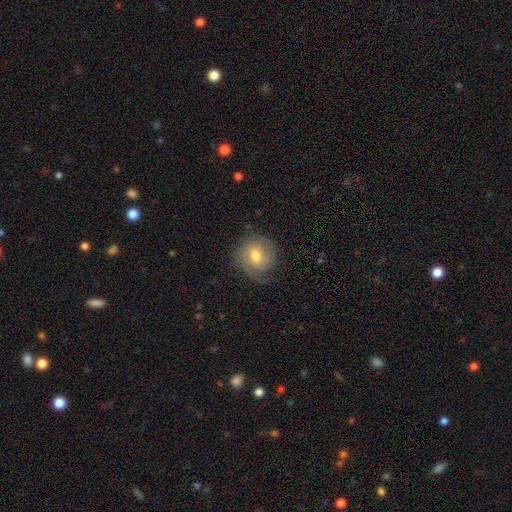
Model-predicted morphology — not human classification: Smooth or featured? Predicted: featured or disk (p=0.50). Edge-on disk? Predicted: no (p=0.96). Merging? Predicted: none (p=0.67).